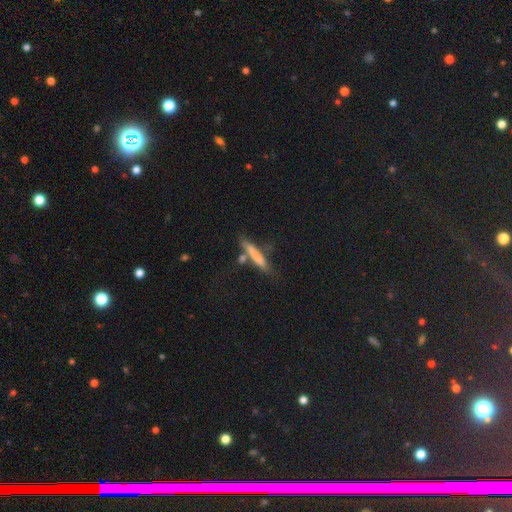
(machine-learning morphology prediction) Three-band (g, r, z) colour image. It shows a smooth galaxy with no disk features (70%) that is cigar-shaped (91%). Merging: none (64%).